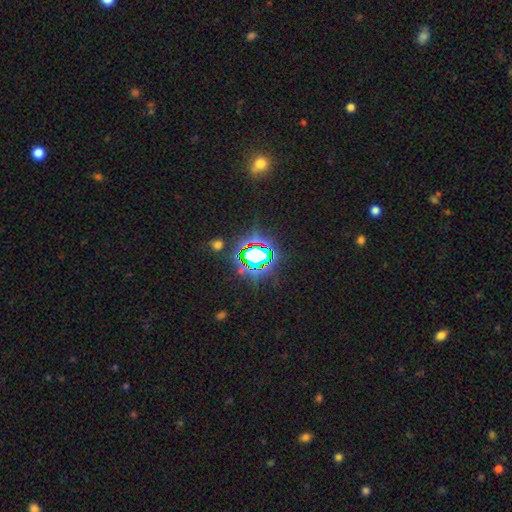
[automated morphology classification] Overall: star or artifact (75%).